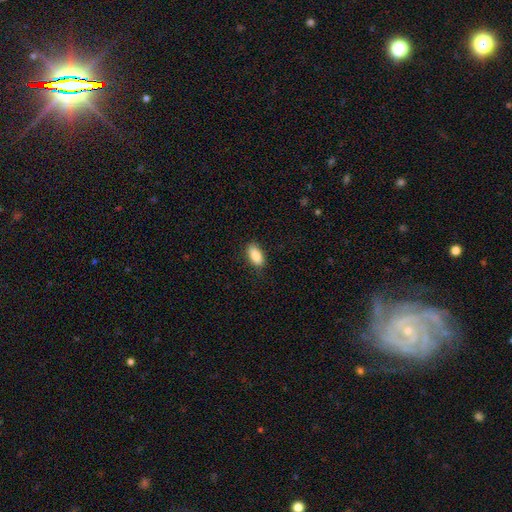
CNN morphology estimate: Smooth or featured?
  - smooth: 88% *
  - star or artifact: 7%
  - featured or disk: 5%
How rounded?
  - in between: 90% *
  - cigar-shaped: 7%
  - round: 3%
Merging?
  - none: 85% *
  - minor disturbance: 12%
  - major disturbance: 3%
  - merger: 1%